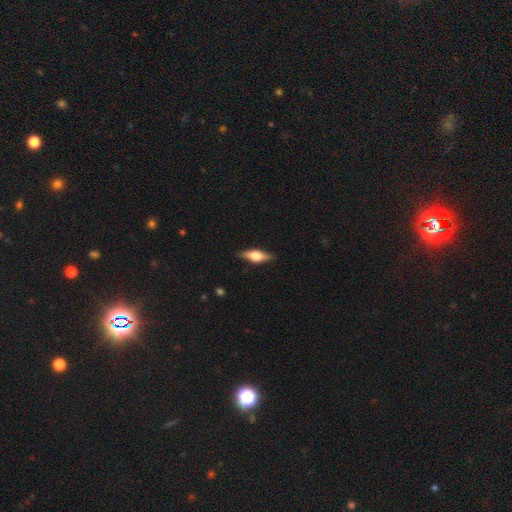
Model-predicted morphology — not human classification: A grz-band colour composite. It shows a featured or disk galaxy (52%) viewed edge-on (93%). Merging: none (86%).